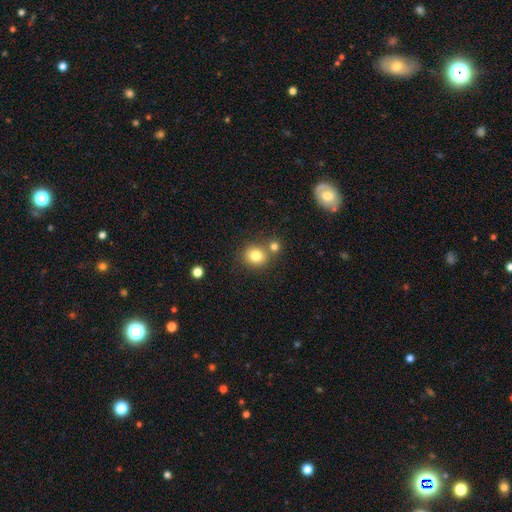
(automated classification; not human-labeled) Smooth or featured: smooth — 80% (star or artifact — 12%)
How rounded: round — 83% (in between — 16%)
Merging: none — 65% (merger — 23%)